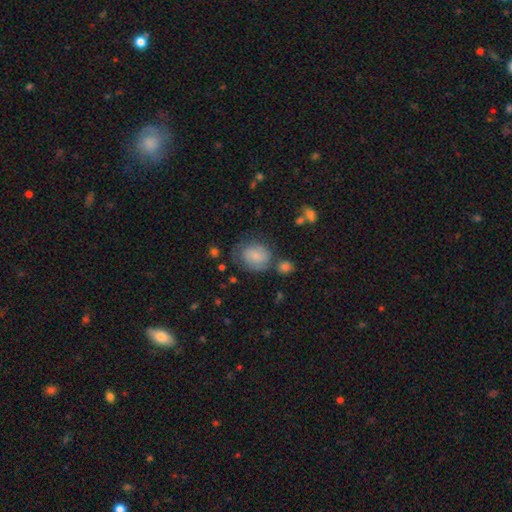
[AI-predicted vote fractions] Q: Smooth or featured?
A: smooth (69%); runner-up: featured or disk (22%)
Q: How rounded?
A: round (57%); runner-up: in between (42%)
Q: Merging?
A: none (52%); runner-up: minor disturbance (26%)